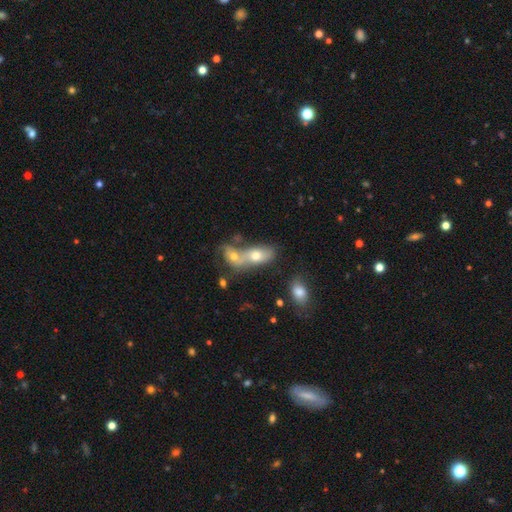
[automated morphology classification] smooth 52%, featured or disk 33%, star or artifact 15%. Down the decision tree: how rounded — in between (76%); merging — merger (57%).